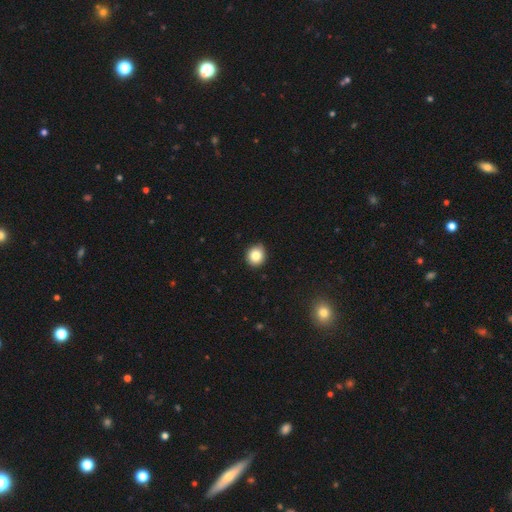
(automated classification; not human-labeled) Q: Smooth or featured?
A: smooth (84%); runner-up: star or artifact (10%)
Q: How rounded?
A: round (86%); runner-up: in between (13%)
Q: Merging?
A: none (86%); runner-up: minor disturbance (11%)